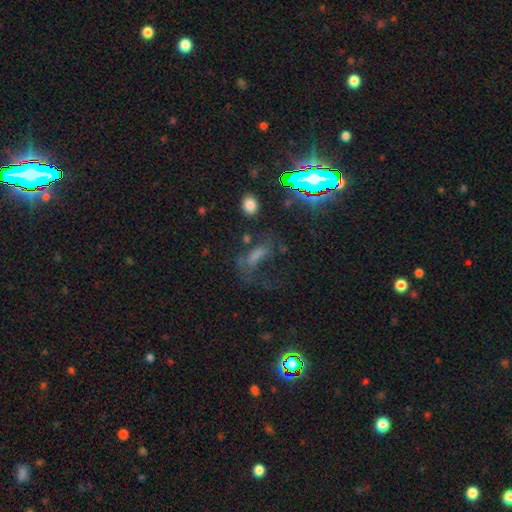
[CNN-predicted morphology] Smooth or featured: smooth — 44% (star or artifact — 31%)
Merging: none — 39% (major disturbance — 37%)